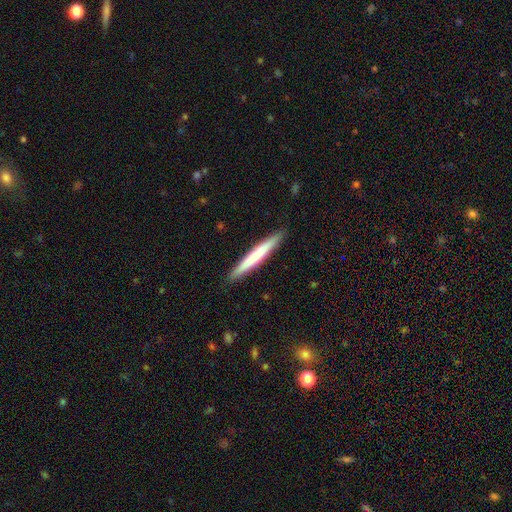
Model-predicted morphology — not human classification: The model was most divided on "smooth or featured": smooth: 63%, featured or disk: 33%, star or artifact: 5%. More confident: how rounded — cigar-shaped (97%); merging — none (91%).